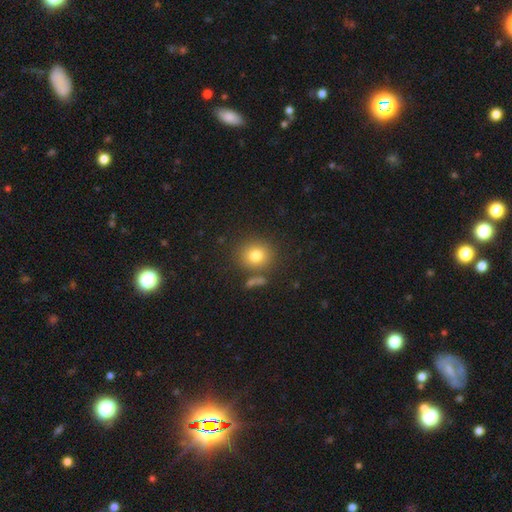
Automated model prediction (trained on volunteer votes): Smooth or featured? smooth (79%)
How rounded? round (81%)
Merging? none (78%)